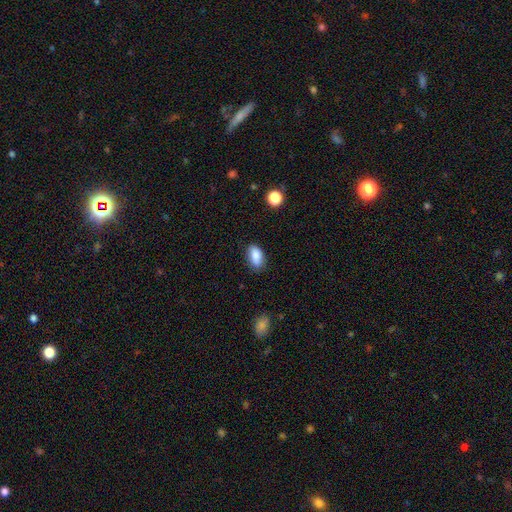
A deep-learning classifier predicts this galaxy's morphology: type=smooth (86%); roundness=in between (90%); merging=none (78%).